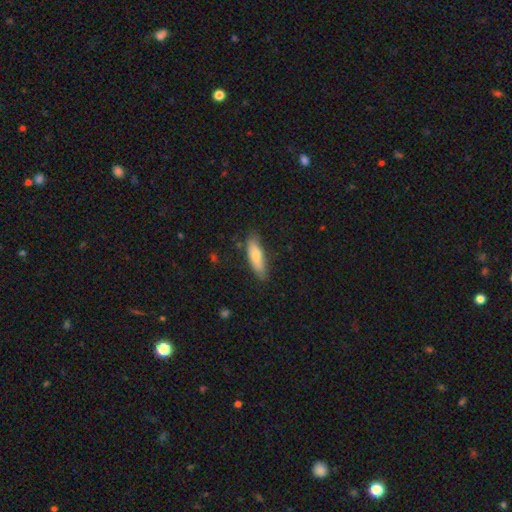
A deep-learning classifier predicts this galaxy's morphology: Smooth or featured? smooth (74%)
How rounded? cigar-shaped (52%)
Merging? none (78%)